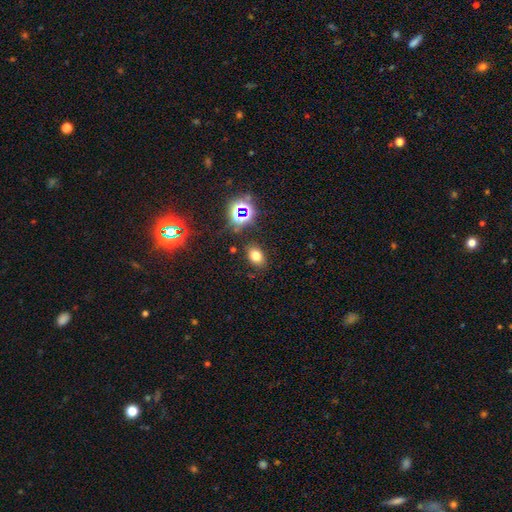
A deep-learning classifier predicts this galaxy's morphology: A smooth galaxy with no disk features (70%) that is in between round and cigar-shaped (76%). Merging: none (84%).